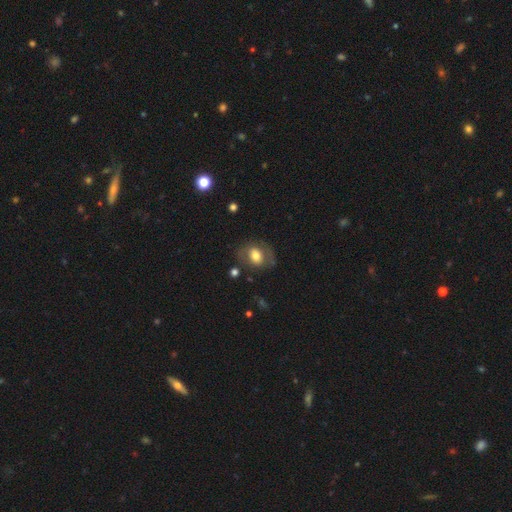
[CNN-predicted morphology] Smooth or featured?
  - smooth: 58% *
  - featured or disk: 34%
  - star or artifact: 8%
How rounded?
  - in between: 61% *
  - round: 38%
  - cigar-shaped: 1%
Merging?
  - none: 66% *
  - minor disturbance: 19%
  - major disturbance: 12%
  - merger: 3%